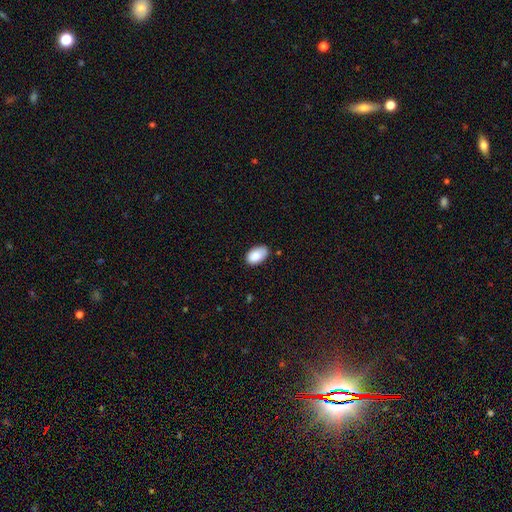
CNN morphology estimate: A smooth galaxy with no disk features (87%) that is in between round and cigar-shaped (94%). Merging: none (72%).